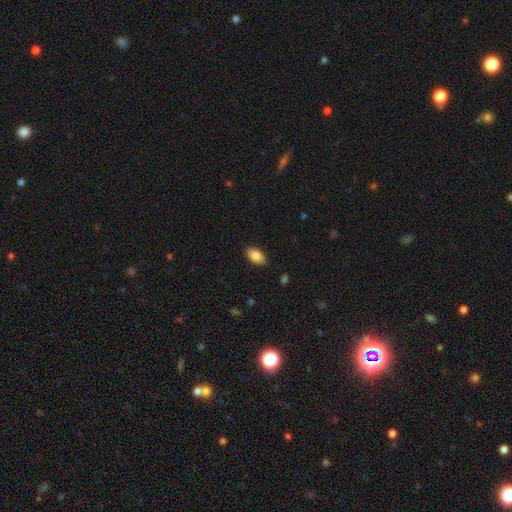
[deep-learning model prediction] smooth 86%, featured or disk 8%, star or artifact 7%. Down the decision tree: how rounded — in between (94%); merging — none (88%).